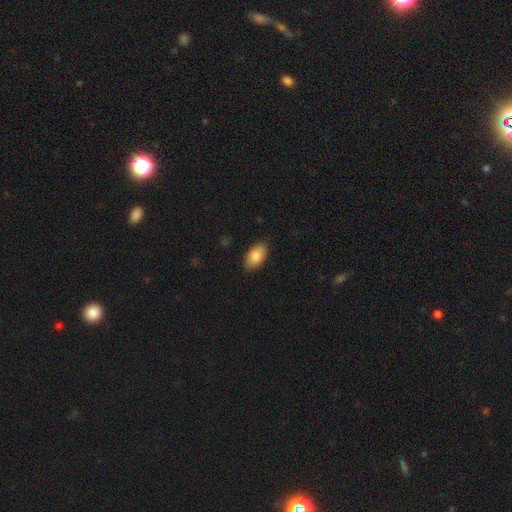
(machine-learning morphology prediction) smooth_or_featured: smooth (p=0.86) [alt: featured or disk p=0.07]
how_rounded: in between (p=0.94) [alt: round p=0.04]
merging: none (p=0.87) [alt: minor disturbance p=0.10]